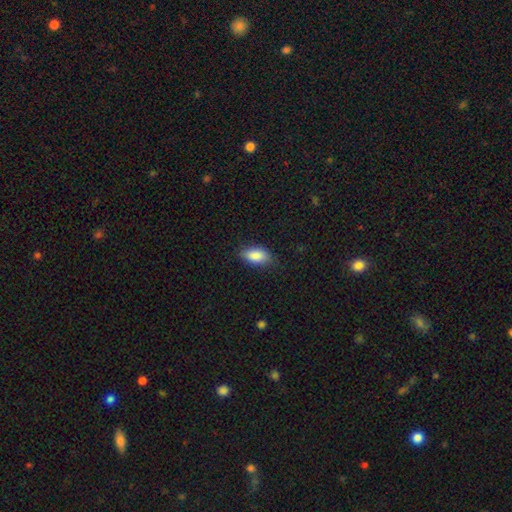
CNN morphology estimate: Q: Smooth or featured?
A: smooth (87%); runner-up: star or artifact (7%)
Q: How rounded?
A: in between (91%); runner-up: cigar-shaped (5%)
Q: Merging?
A: none (82%); runner-up: minor disturbance (14%)